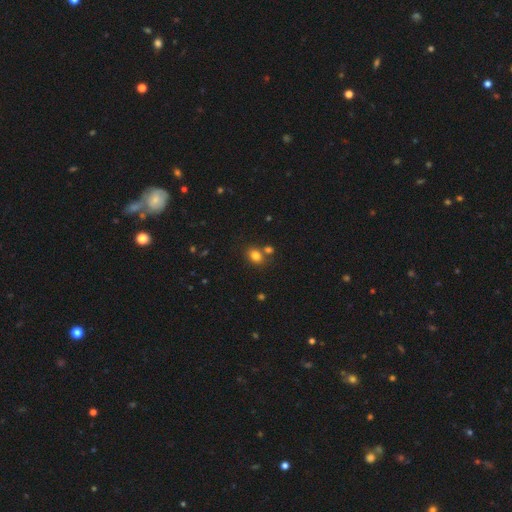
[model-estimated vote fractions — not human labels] Overall: smooth (80%). How rounded: in between (54%; round 45%). Merging: none (63%; merger 23%).